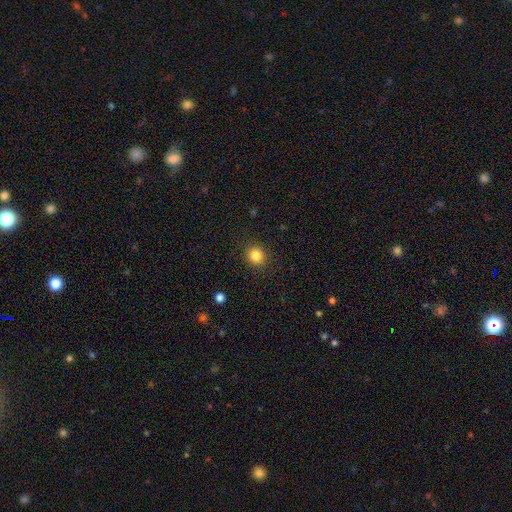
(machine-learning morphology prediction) Smooth or featured? smooth (84%)
How rounded? round (86%)
Merging? none (89%)